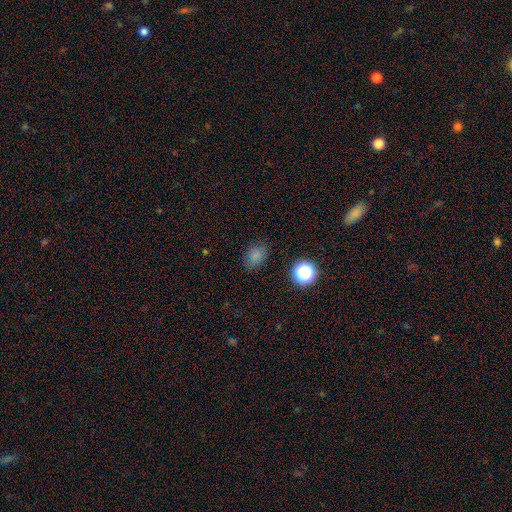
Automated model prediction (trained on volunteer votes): smooth-or-featured: smooth: 77% | star or artifact: 17% | featured or disk: 6%
  how-rounded: in between: 65% | round: 34% | cigar-shaped: 1%
  merging: none: 78% | minor disturbance: 16% | major disturbance: 4% | merger: 1%